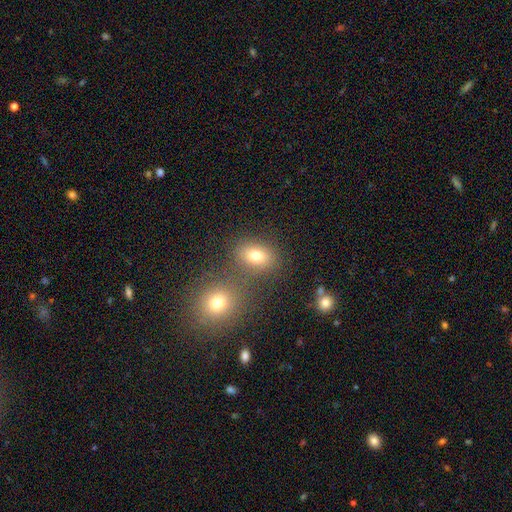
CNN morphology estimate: smooth_or_featured: smooth (p=0.74) [alt: star or artifact p=0.15]
how_rounded: in between (p=0.61) [alt: round p=0.37]
merging: none (p=0.68) [alt: merger p=0.17]